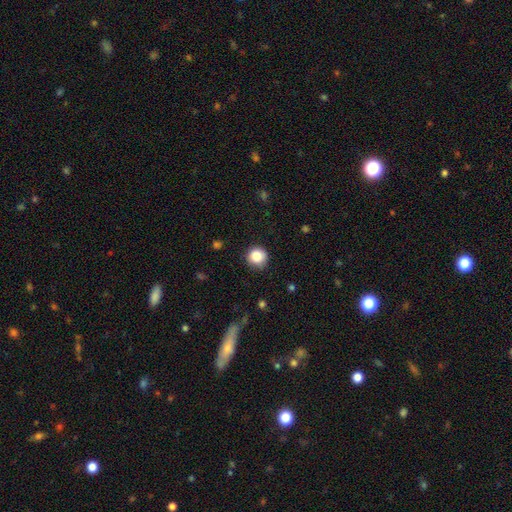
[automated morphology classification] Q: Smooth or featured?
A: smooth (86%); runner-up: star or artifact (10%)
Q: How rounded?
A: round (93%); runner-up: in between (6%)
Q: Merging?
A: none (86%); runner-up: minor disturbance (11%)